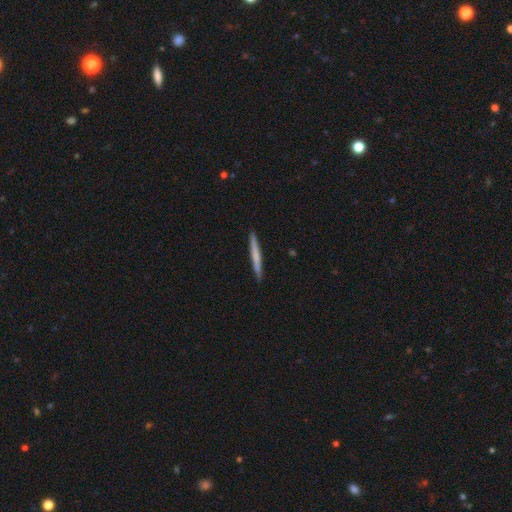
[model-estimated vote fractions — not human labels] smooth-or-featured: smooth: 59% | featured or disk: 36% | star or artifact: 5%
  how-rounded: cigar-shaped: 97% | in between: 2% | round: 1%
  merging: none: 92% | minor disturbance: 6% | major disturbance: 1% | merger: 1%